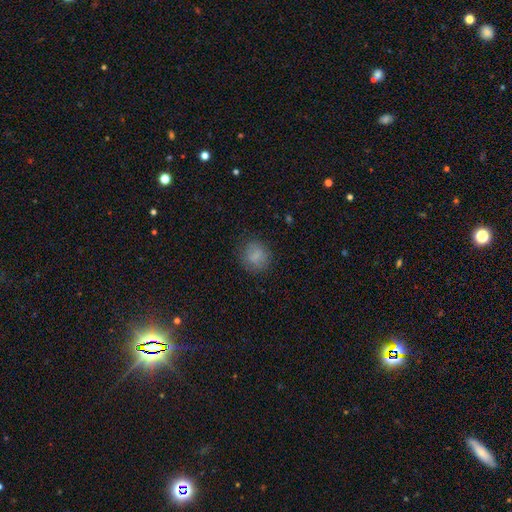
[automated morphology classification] This is clearly a smooth galaxy (83%). How rounded: likely round (80%). Merging: clearly none (82%).